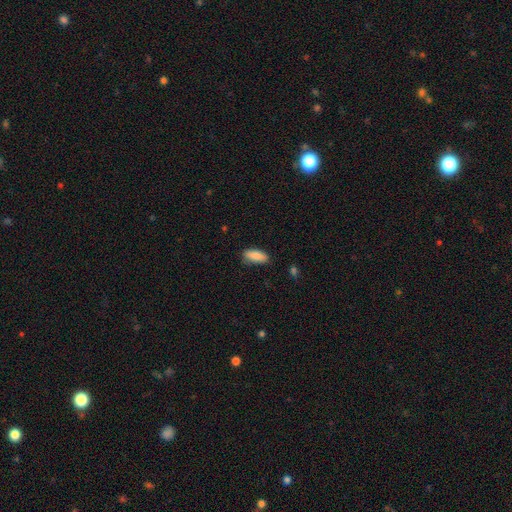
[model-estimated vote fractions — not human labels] Overall: smooth (88%). How rounded: in between (78%). Merging: none (83%).